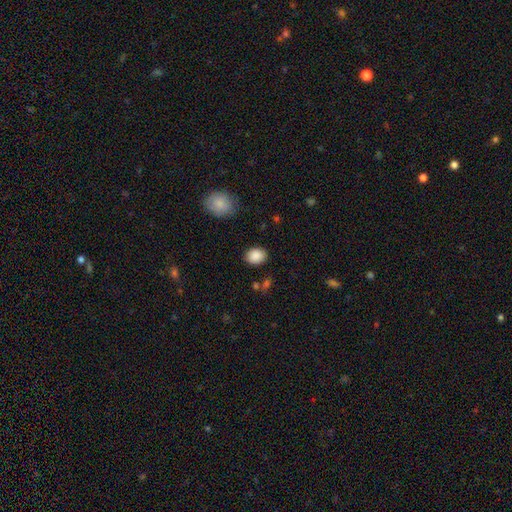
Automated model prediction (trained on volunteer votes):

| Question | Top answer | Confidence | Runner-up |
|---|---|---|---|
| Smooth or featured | smooth | 88% | star or artifact (8%) |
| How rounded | in between | 58% | round (41%) |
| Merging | none | 85% | minor disturbance (10%) |